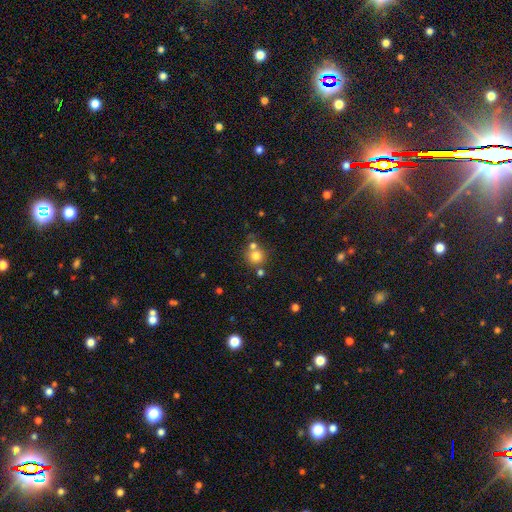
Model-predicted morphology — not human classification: The model was most divided on "merging": none: 62%, merger: 26%, minor disturbance: 8%, major disturbance: 3%. More confident: how rounded — round (91%); smooth or featured — smooth (77%).